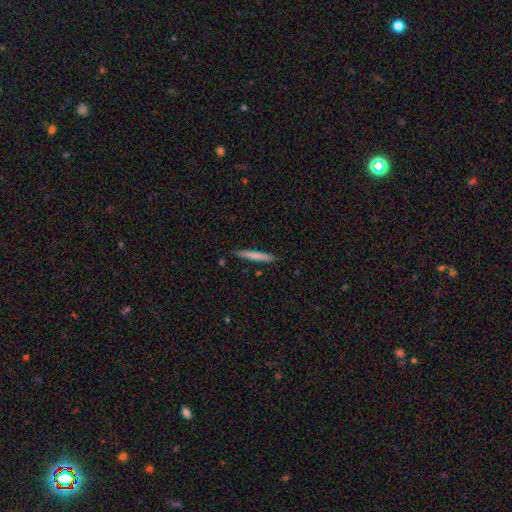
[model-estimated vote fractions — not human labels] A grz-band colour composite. It shows a smooth galaxy with no disk features (73%) that is cigar-shaped (96%). Merging: none (88%).